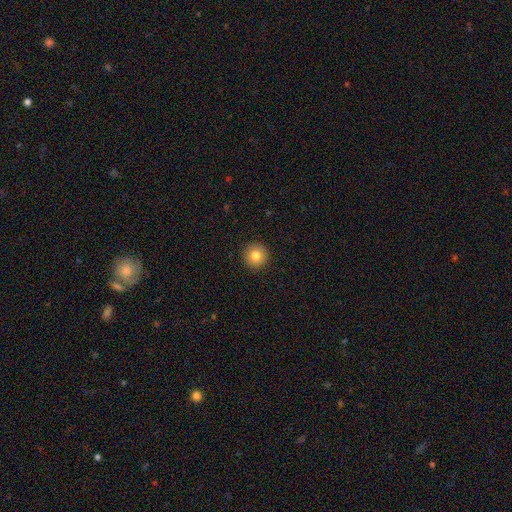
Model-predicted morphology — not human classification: A smooth galaxy with no disk features (81%) that is round (96%). Merging: none (93%).